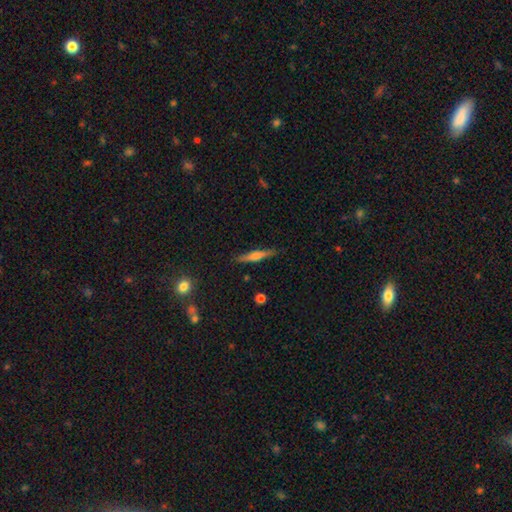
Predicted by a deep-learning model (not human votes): The model was most divided on "smooth or featured": featured or disk: 57%, smooth: 36%, star or artifact: 7%. More confident: edge-on disk — yes (97%); merging — none (88%); edge-on bulge — rounded (74%).